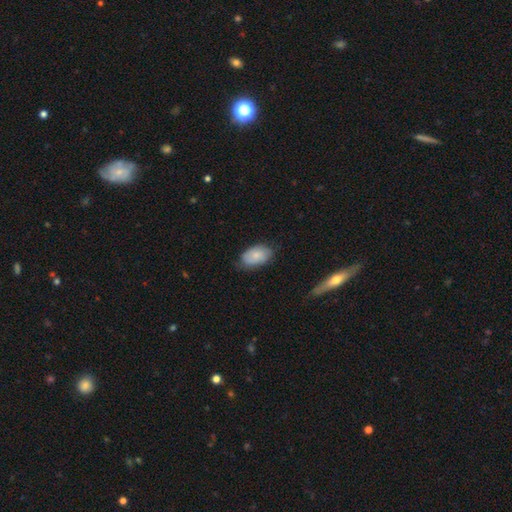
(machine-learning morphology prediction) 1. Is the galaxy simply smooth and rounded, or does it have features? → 75% smooth, 18% featured or disk, 6% star or artifact.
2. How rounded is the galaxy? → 92% in between, 6% round, 2% cigar-shaped.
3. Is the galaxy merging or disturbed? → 72% none, 23% minor disturbance, 4% major disturbance, 1% merger.